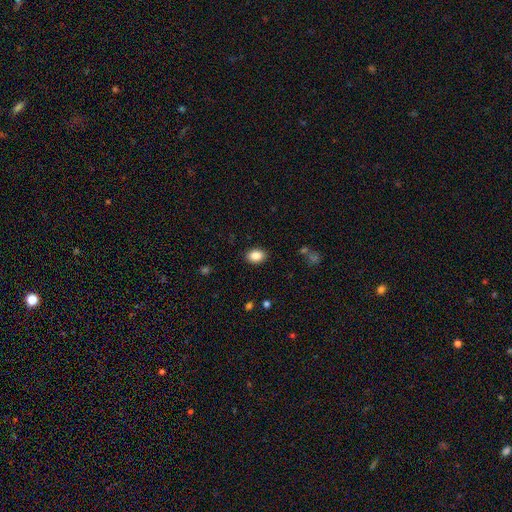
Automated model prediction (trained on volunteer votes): The model was most divided on "how rounded": in between: 77%, round: 22%, cigar-shaped: 1%. More confident: merging — none (89%); smooth or featured — smooth (87%).